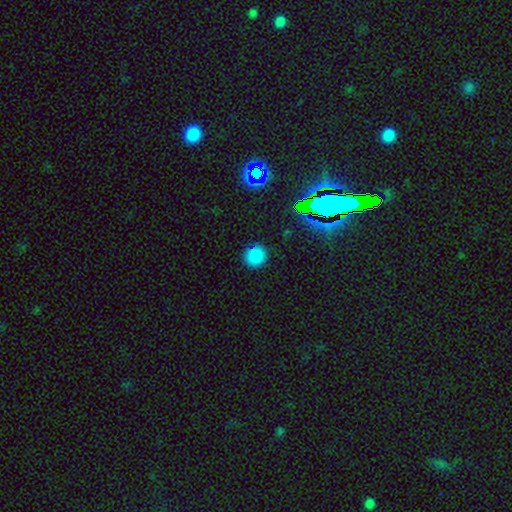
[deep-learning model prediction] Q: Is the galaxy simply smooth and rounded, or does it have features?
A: smooth — 81%.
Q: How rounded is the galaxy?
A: round — 92%.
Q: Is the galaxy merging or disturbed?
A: none — 89%.